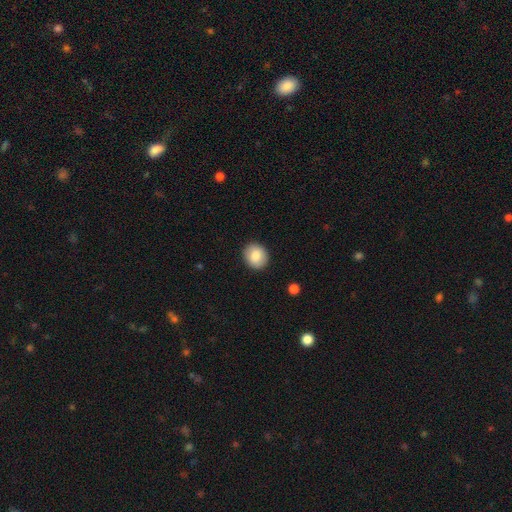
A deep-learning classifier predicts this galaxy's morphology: Smooth or featured: smooth — 83% (featured or disk — 9%)
How rounded: round — 72% (in between — 27%)
Merging: none — 90% (minor disturbance — 7%)